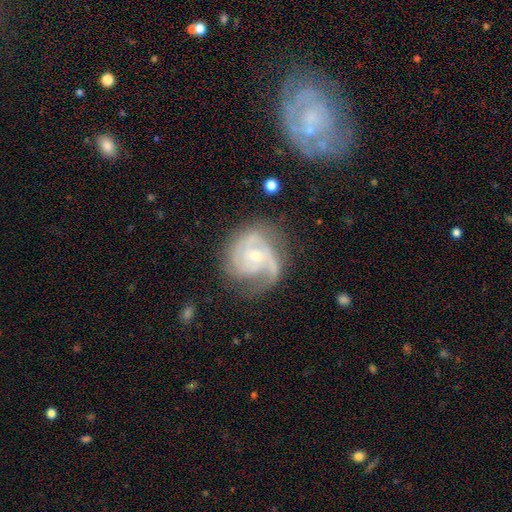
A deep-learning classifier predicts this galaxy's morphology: Smooth or featured: featured or disk — 85% (smooth — 9%)
Edge-on disk: no — 98% (yes — 2%)
Bar: no — 68% (weak — 27%)
Spiral arms: yes — 96% (no — 4%)
Spiral winding: tight — 48% (medium — 40%)
Spiral arm count: 2 — 34% (3 — 31%)
Bulge size: small — 66% (moderate — 30%)
Merging: none — 59% (minor disturbance — 23%)